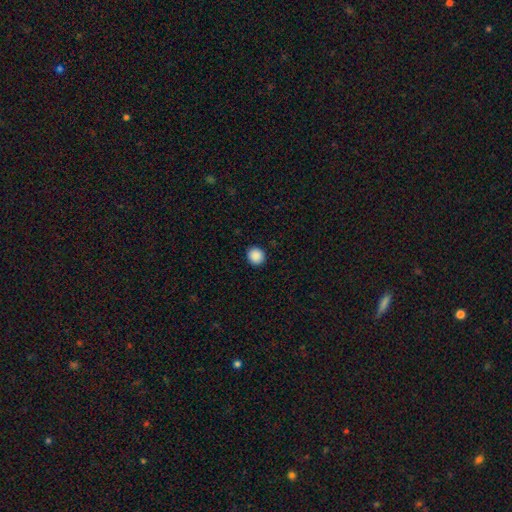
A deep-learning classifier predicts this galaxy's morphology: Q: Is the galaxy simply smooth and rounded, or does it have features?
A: smooth — 89%.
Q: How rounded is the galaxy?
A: round — 88%.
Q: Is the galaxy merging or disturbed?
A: none — 92%.